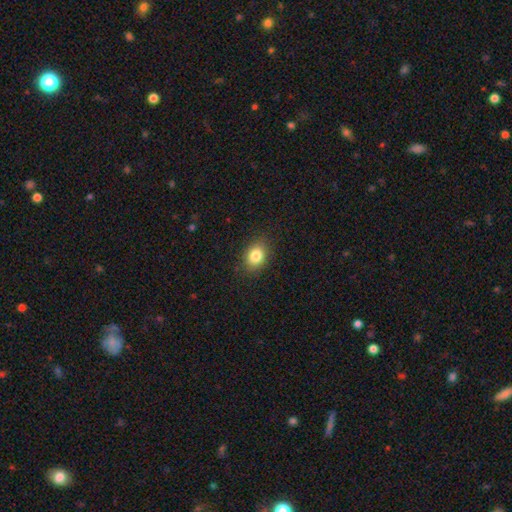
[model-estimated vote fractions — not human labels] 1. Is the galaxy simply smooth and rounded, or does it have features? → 83% smooth, 10% star or artifact, 7% featured or disk.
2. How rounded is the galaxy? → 60% in between, 39% round, 1% cigar-shaped.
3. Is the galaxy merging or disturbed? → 86% none, 10% minor disturbance, 3% major disturbance, 1% merger.